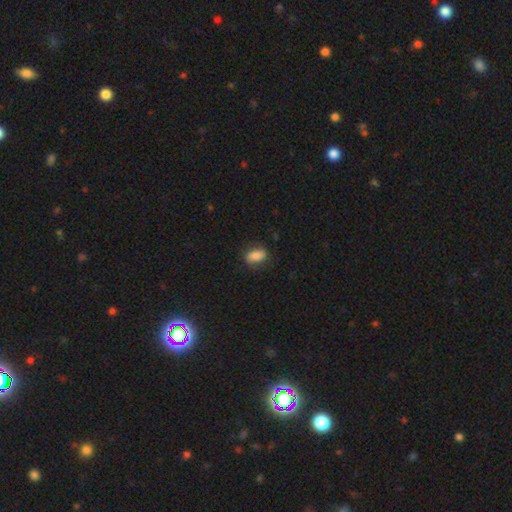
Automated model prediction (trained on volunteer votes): A smooth galaxy with no disk features (81%) that is in between round and cigar-shaped (85%).

Vote fractions:
- Smooth or featured? smooth: 81% / featured or disk: 11% / star or artifact: 8%
- How rounded? in between: 85% / round: 11% / cigar-shaped: 4%
- Merging? none: 77% / minor disturbance: 17% / major disturbance: 5% / merger: 1%